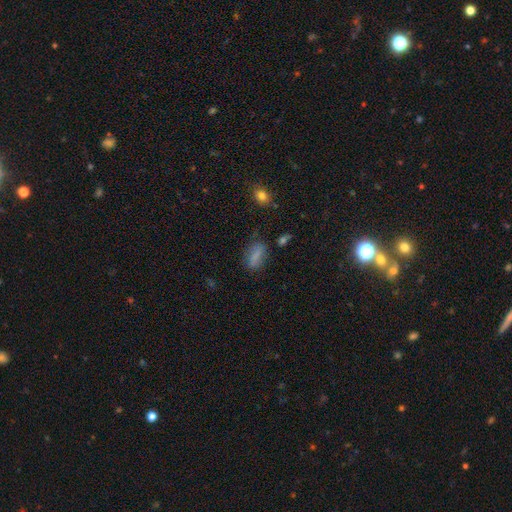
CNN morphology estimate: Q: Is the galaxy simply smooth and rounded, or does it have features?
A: smooth — 78%.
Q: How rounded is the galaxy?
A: in between — 74%.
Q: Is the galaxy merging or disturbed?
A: none — 72%.